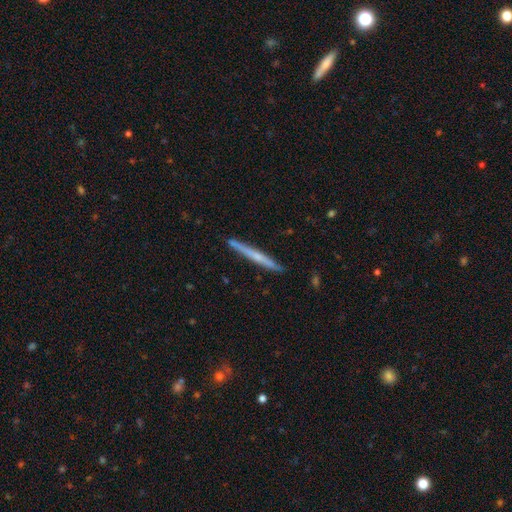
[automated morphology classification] featured or disk 58%, smooth 37%, star or artifact 6%. Down the decision tree: edge-on disk — yes (98%); edge-on bulge — none (51%); merging — none (91%).